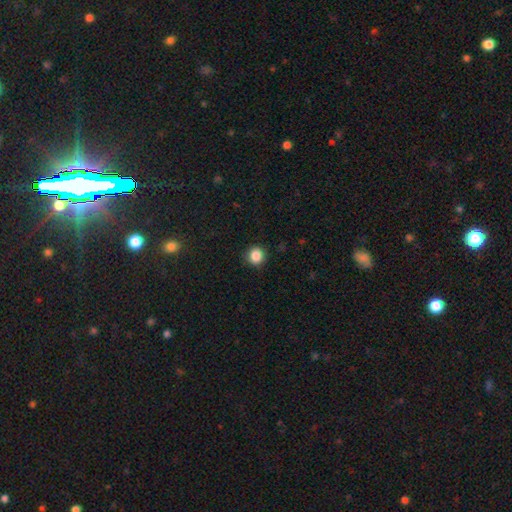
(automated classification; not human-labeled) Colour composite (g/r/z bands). It shows a smooth galaxy with no disk features (87%) that is round (90%). Merging: none (90%).